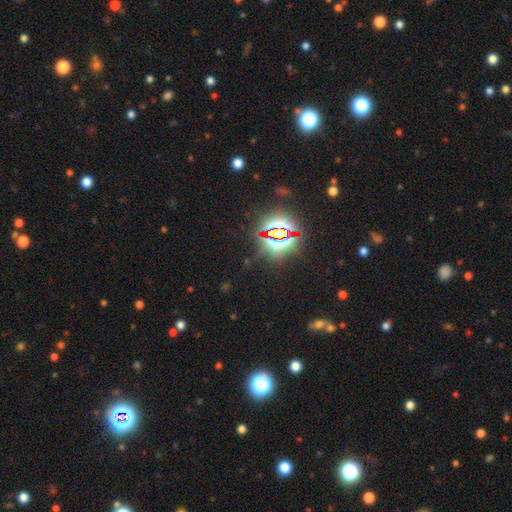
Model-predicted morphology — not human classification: Smooth or featured? star or artifact (81%)